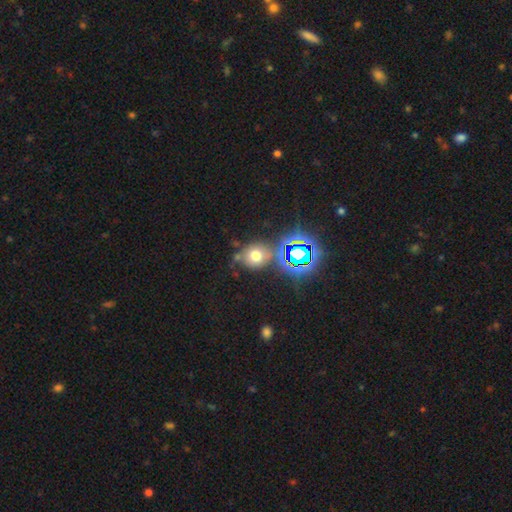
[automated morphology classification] Smooth or featured? smooth (60%)
How rounded? round (69%)
Merging? none (66%)